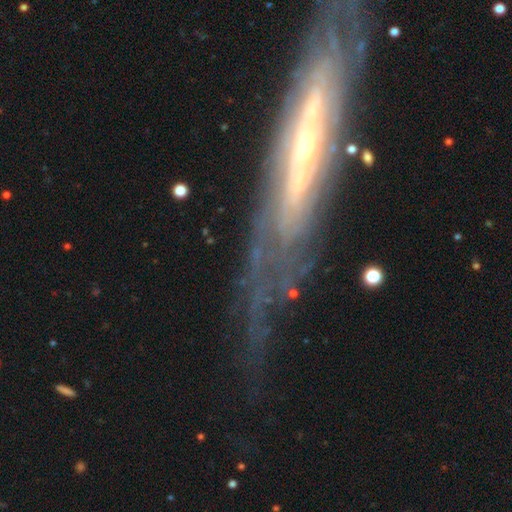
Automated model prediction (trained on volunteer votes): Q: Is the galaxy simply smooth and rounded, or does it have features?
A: featured or disk — 82%.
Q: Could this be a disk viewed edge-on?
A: no — 56%.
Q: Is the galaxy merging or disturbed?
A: none — 69%.